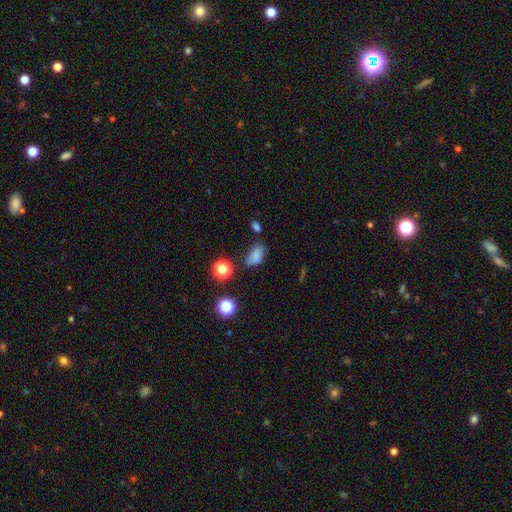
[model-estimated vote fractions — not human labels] The model was most divided on "merging": none: 55%, minor disturbance: 29%, major disturbance: 9%, merger: 6%. More confident: how rounded — in between (86%); smooth or featured — smooth (77%).